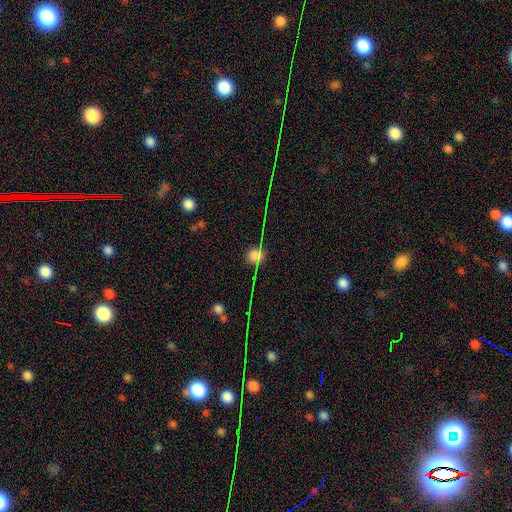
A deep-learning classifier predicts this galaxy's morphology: Smooth or featured: smooth — 66% (star or artifact — 24%)
How rounded: round — 76% (in between — 22%)
Merging: none — 73% (minor disturbance — 17%)